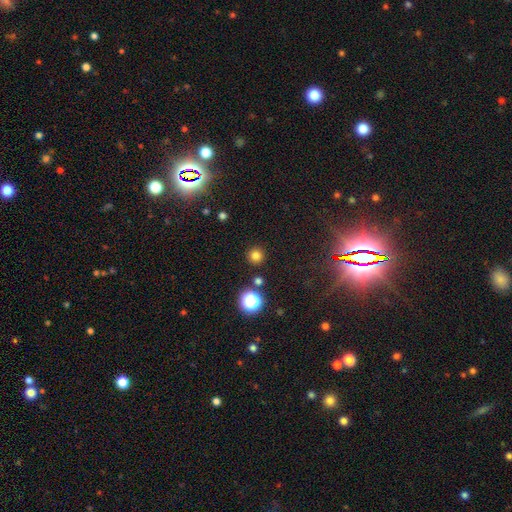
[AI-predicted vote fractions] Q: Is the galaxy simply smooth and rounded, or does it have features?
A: smooth — 77%.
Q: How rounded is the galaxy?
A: round — 95%.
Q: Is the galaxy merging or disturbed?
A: none — 90%.